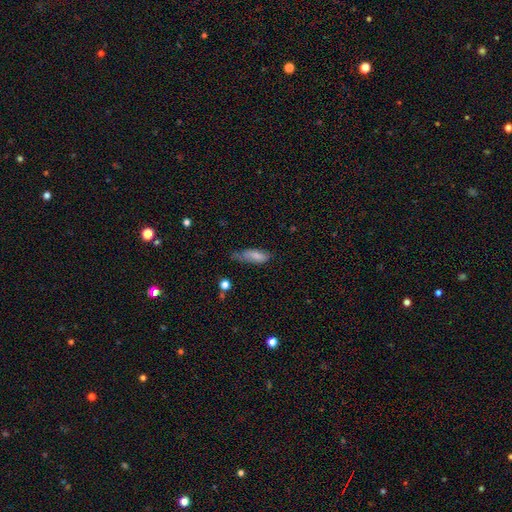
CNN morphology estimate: Smooth or featured? smooth (76%)
How rounded? in between (73%)
Merging? minor disturbance (41%)